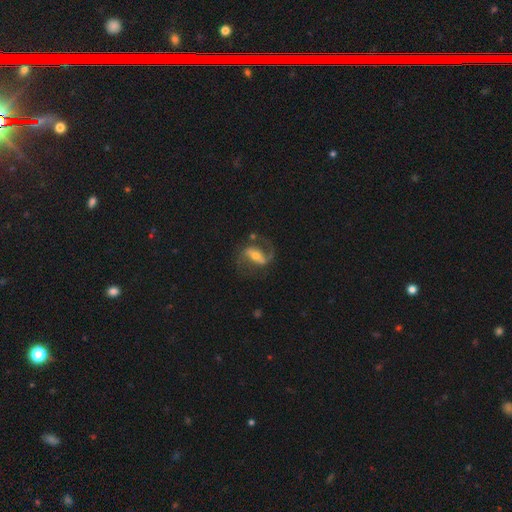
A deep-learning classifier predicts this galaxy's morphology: featured or disk 83%, smooth 11%, star or artifact 6%. Down the decision tree: edge-on disk — no (96%); bar — strong (49%); spiral arms — yes (93%); spiral arm count — 2 (88%); spiral winding — medium (48%); bulge size — moderate (52%); merging — none (67%).